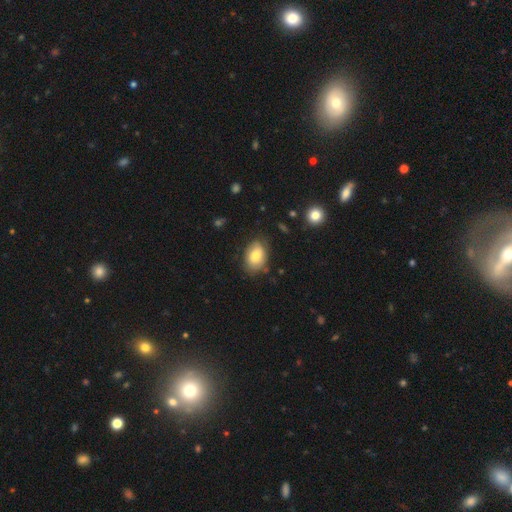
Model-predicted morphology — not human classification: Smooth or featured? Predicted: smooth (p=0.74). How rounded? Predicted: in between (p=0.84). Merging? Predicted: none (p=0.74).